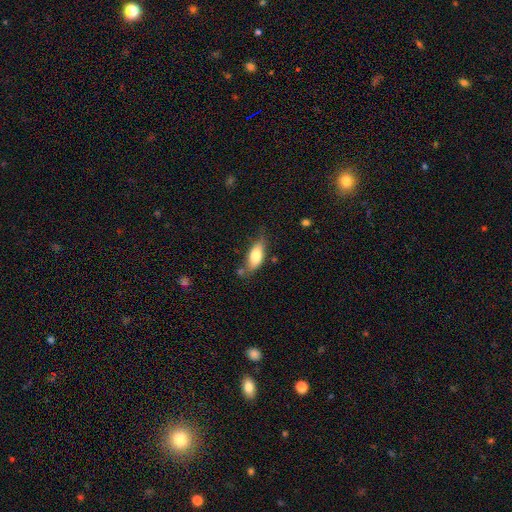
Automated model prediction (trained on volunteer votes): A smooth galaxy with no disk features (73%) that is in between round and cigar-shaped (82%).

Vote fractions:
- Smooth or featured? smooth: 73% / featured or disk: 20% / star or artifact: 7%
- How rounded? in between: 82% / cigar-shaped: 15% / round: 3%
- Merging? none: 57% / minor disturbance: 28% / major disturbance: 8% / merger: 7%